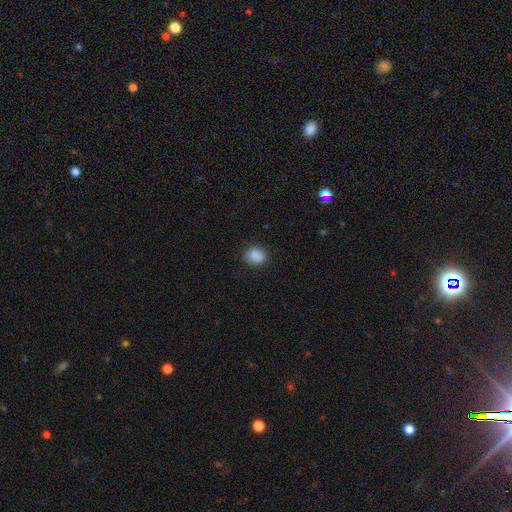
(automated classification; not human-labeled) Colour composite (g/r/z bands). It shows a smooth galaxy with no disk features (87%) that is round (54%). Merging: none (82%).